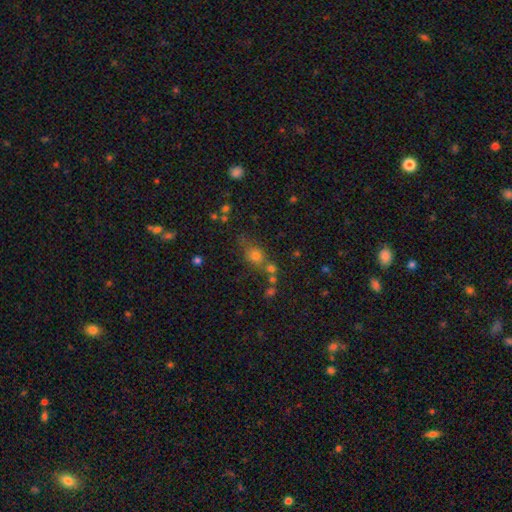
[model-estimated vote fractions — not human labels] This is likely a smooth galaxy (65%). How rounded: possibly round (60%). Merging: possibly none (58%).